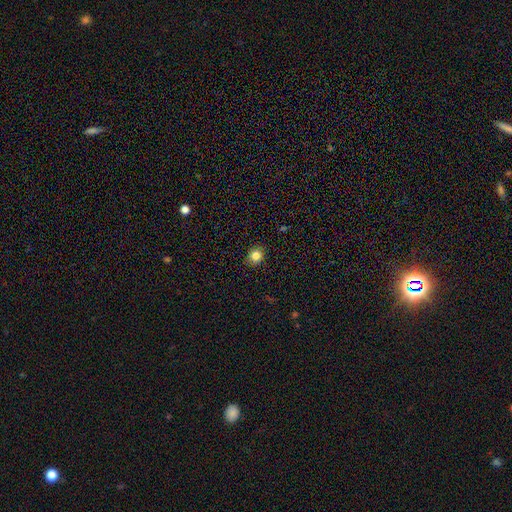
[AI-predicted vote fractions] Smooth or featured? smooth (84%)
How rounded? round (80%)
Merging? none (89%)